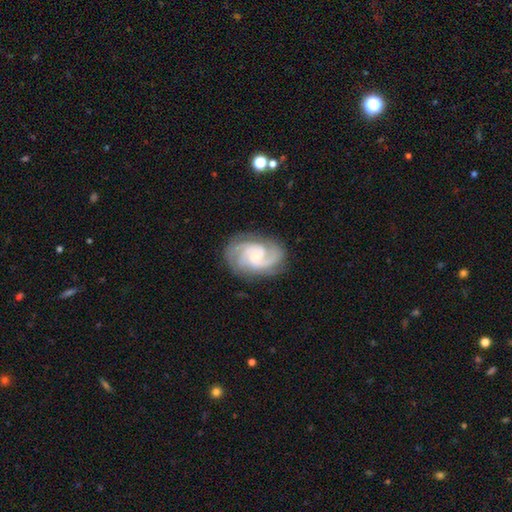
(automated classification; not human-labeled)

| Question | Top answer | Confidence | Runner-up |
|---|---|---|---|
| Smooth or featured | featured or disk | 88% | smooth (7%) |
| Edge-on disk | no | 98% | yes (2%) |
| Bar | no | 53% | weak (39%) |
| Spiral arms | yes | 98% | no (2%) |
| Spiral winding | tight | 52% | medium (41%) |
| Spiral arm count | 3 | 36% | 2 (34%) |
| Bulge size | small | 57% | moderate (27%) |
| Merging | none | 80% | minor disturbance (14%) |